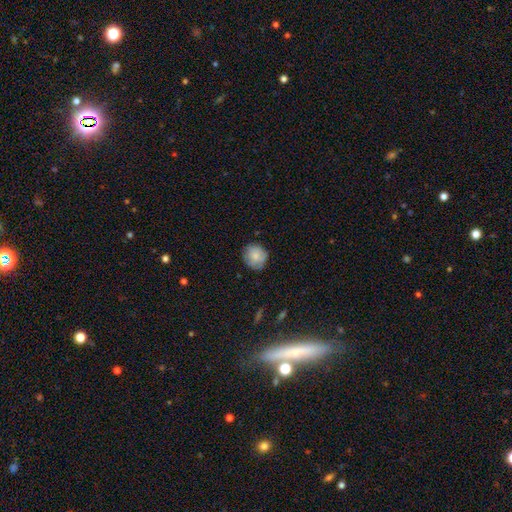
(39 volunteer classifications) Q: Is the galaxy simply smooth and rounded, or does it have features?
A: smooth — 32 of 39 (82%).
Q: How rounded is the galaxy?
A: round — 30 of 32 (94%).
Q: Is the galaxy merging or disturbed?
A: none — 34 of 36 (94%).